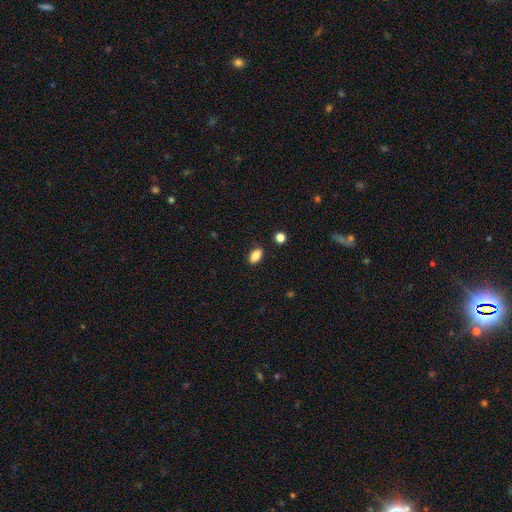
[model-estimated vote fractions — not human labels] smooth 85%, star or artifact 9%, featured or disk 6%. Down the decision tree: how rounded — in between (89%); merging — none (87%).